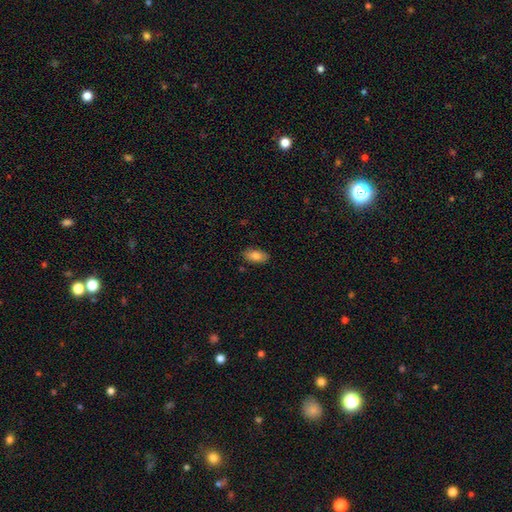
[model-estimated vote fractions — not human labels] Morphology: type=smooth (82%); roundness=in between (93%); merging=none (85%).